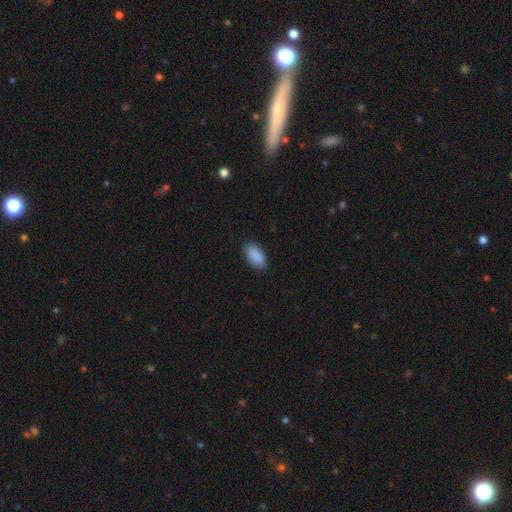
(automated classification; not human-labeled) This is clearly a smooth galaxy (91%). How rounded: clearly in between (94%). Merging: clearly none (89%).